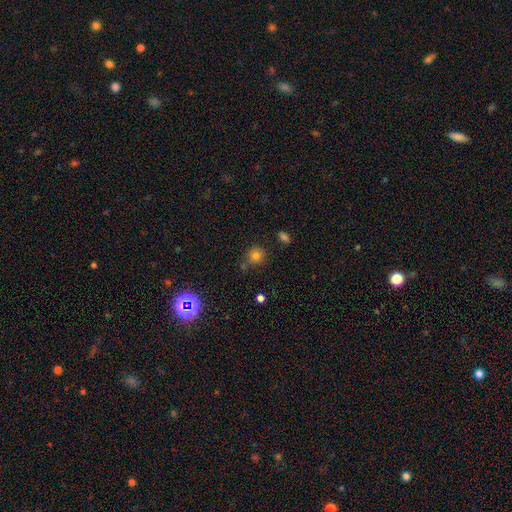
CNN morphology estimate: Overall: smooth (76%). How rounded: round (88%). Merging: none (75%).